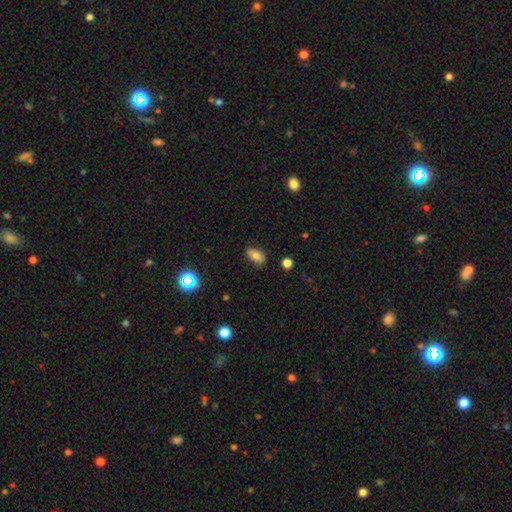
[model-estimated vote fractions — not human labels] This appears to be a smooth galaxy with no disk features (76%) that is in between round and cigar-shaped (86%). Merging: none (79%).